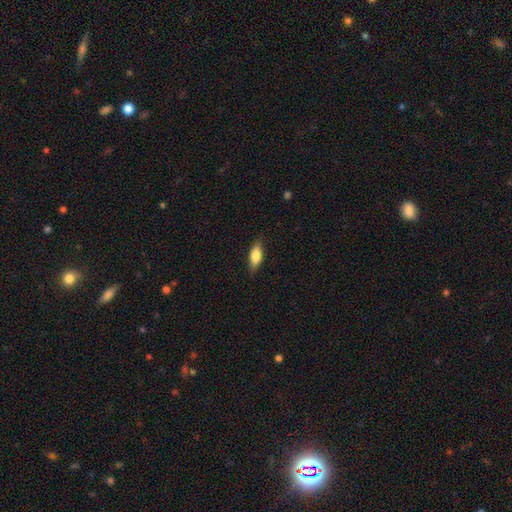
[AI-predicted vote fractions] This appears to be a smooth galaxy with no disk features (73%) that is in between round and cigar-shaped (76%). Merging: none (83%).